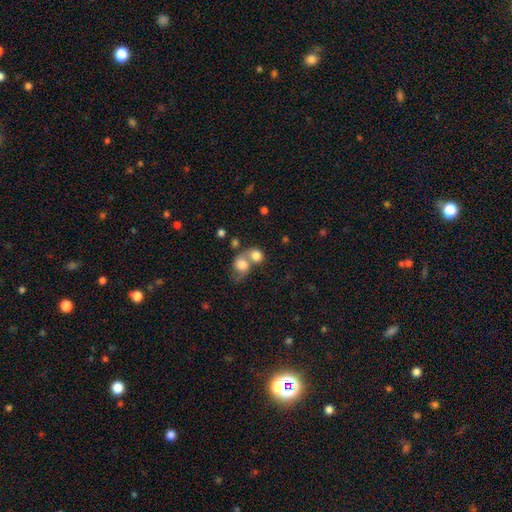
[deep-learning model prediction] This appears to be a smooth galaxy with no disk features (76%) that is round (73%). Merging: merger (62%).